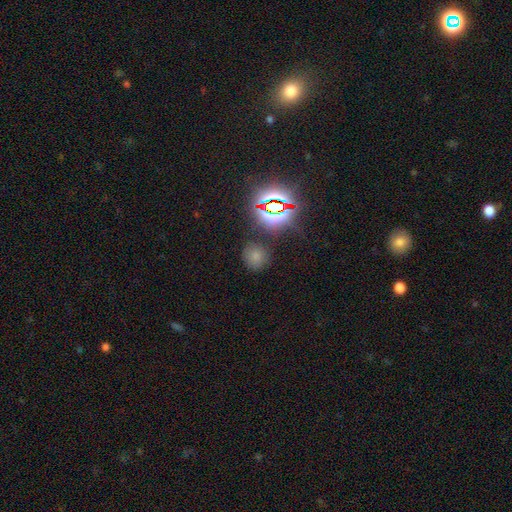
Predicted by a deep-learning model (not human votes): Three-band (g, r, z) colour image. It shows a smooth galaxy with no disk features (64%) that is round (79%). Merging: none (78%).